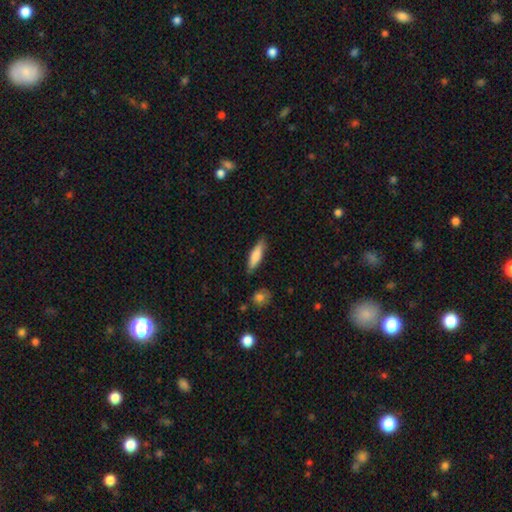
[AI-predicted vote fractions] Smooth or featured: smooth — 79% (featured or disk — 15%)
How rounded: cigar-shaped — 63% (in between — 35%)
Merging: none — 83% (minor disturbance — 12%)